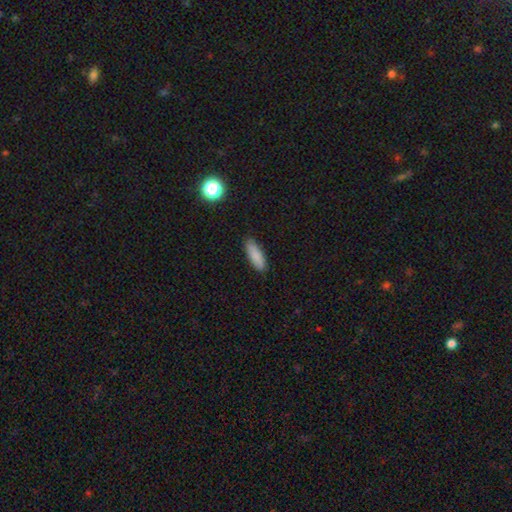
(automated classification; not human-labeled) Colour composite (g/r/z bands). It shows a smooth galaxy with no disk features (87%) that is in between round and cigar-shaped (57%). Merging: none (86%).